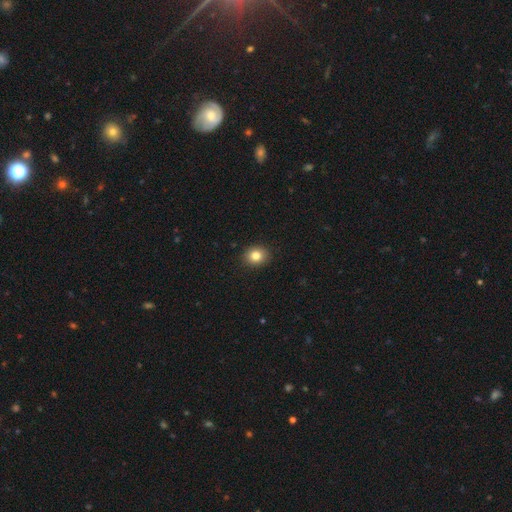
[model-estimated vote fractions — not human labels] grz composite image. It shows a smooth galaxy with no disk features (83%) that is round (65%). Merging: none (90%).